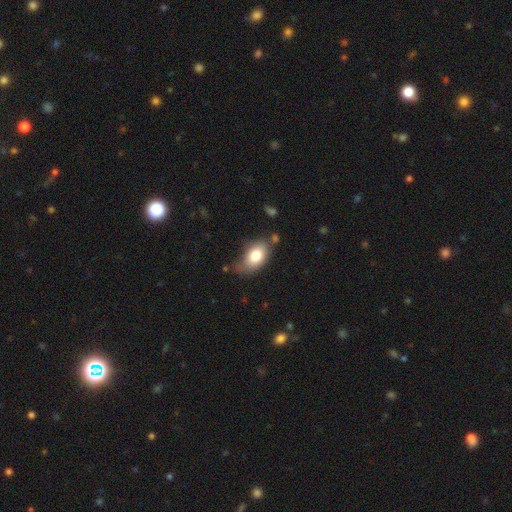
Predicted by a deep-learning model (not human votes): smooth-or-featured: smooth: 79% | featured or disk: 13% | star or artifact: 8%
  how-rounded: in between: 89% | round: 9% | cigar-shaped: 2%
  merging: none: 55% | minor disturbance: 30% | major disturbance: 9% | merger: 6%